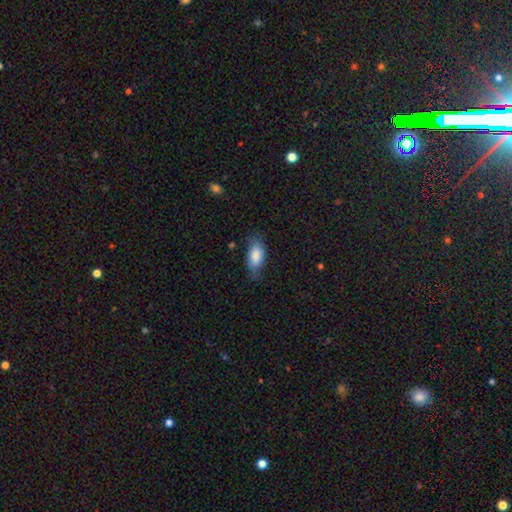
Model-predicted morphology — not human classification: type=smooth (84%); roundness=in between (89%); merging=none (70%).